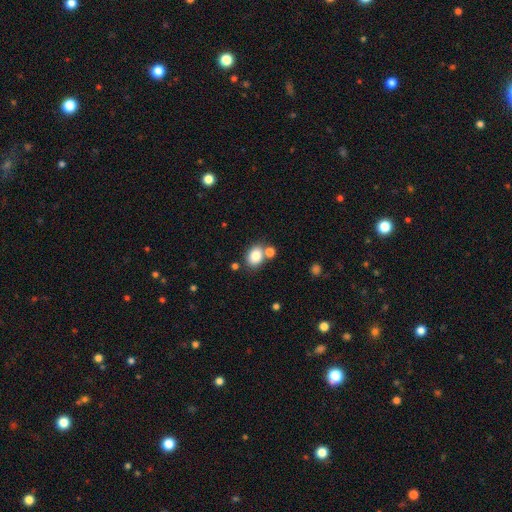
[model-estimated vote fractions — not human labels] smooth-or-featured: smooth: 82% | star or artifact: 10% | featured or disk: 8%
  how-rounded: in between: 62% | round: 37% | cigar-shaped: 1%
  merging: none: 63% | merger: 22% | minor disturbance: 11% | major disturbance: 4%